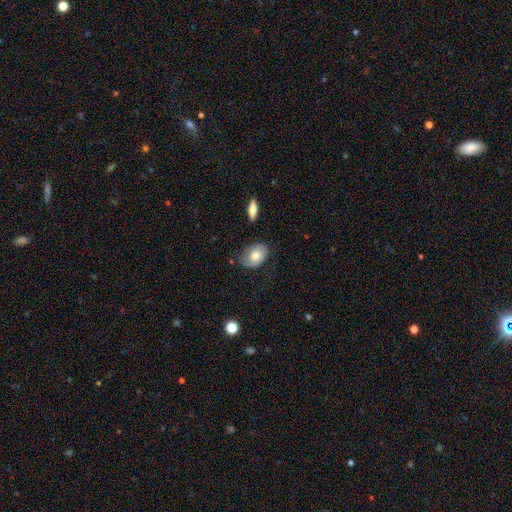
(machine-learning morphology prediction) smooth-or-featured: smooth: 70% | featured or disk: 23% | star or artifact: 7%
  how-rounded: in between: 81% | round: 17% | cigar-shaped: 1%
  merging: none: 64% | minor disturbance: 25% | major disturbance: 8% | merger: 2%